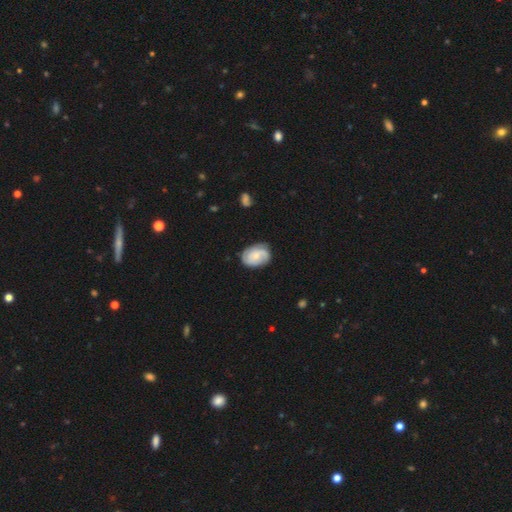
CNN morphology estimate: Smooth or featured?
  - featured or disk: 59% *
  - smooth: 35%
  - star or artifact: 6%
Edge-on disk?
  - no: 97% *
  - yes: 3%
Bar?
  - no: 70% *
  - weak: 26%
  - strong: 4%
Spiral arms?
  - yes: 89% *
  - no: 11%
Spiral winding?
  - tight: 50% *
  - medium: 35%
  - loose: 14%
Spiral arm count?
  - 2: 44% *
  - can't tell: 26%
  - 3: 16%
  - 1: 8%
  - 4: 3%
  - more than 4: 3%
Bulge size?
  - small: 58% *
  - moderate: 34%
  - none: 4%
  - large: 2%
  - dominant: 1%
Merging?
  - none: 70% *
  - minor disturbance: 23%
  - major disturbance: 6%
  - merger: 1%